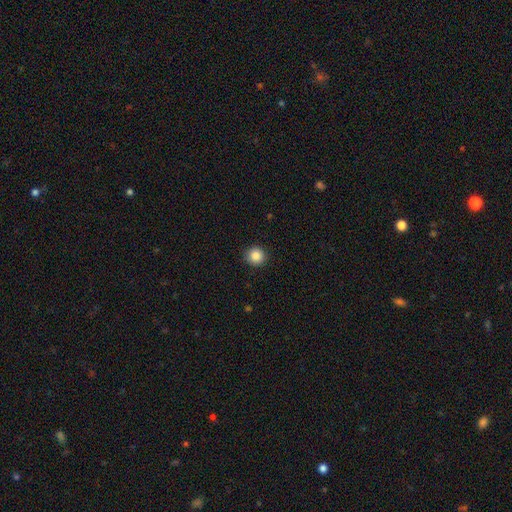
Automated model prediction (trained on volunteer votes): A smooth galaxy with no disk features (86%) that is round (94%).

Vote fractions:
- Smooth or featured? smooth: 86% / star or artifact: 10% / featured or disk: 4%
- How rounded? round: 94% / in between: 5% / cigar-shaped: 1%
- Merging? none: 92% / minor disturbance: 6% / major disturbance: 2% / merger: 1%